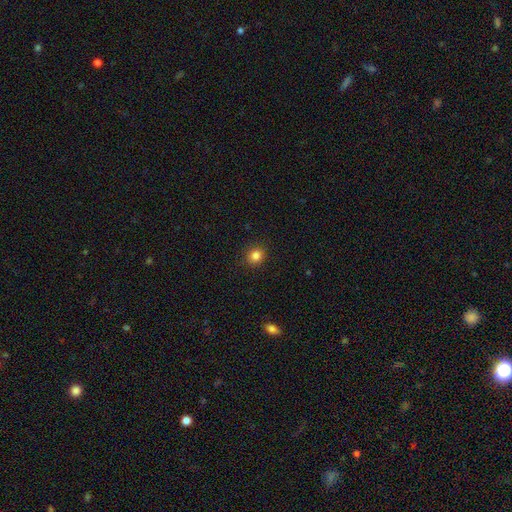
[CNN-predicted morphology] Smooth or featured? Predicted: smooth (p=0.84). How rounded? Predicted: round (p=0.85). Merging? Predicted: none (p=0.91).